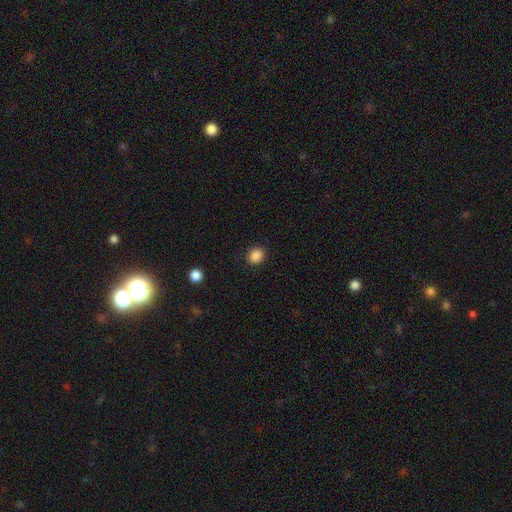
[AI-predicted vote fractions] Smooth or featured? smooth (87%)
How rounded? round (76%)
Merging? none (90%)